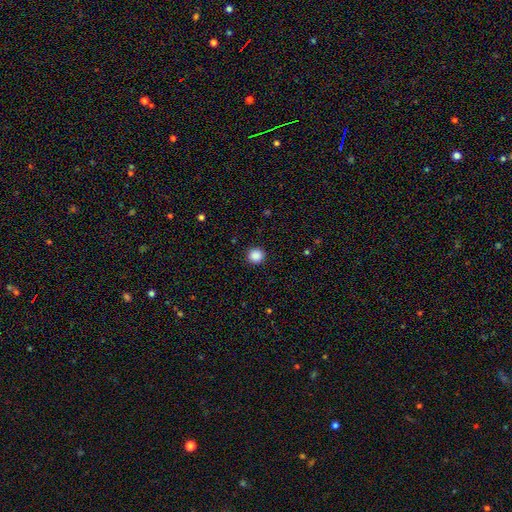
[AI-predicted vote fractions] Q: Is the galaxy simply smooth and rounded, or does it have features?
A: smooth — 88%.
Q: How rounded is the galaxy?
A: round — 95%.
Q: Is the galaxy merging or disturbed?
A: none — 93%.